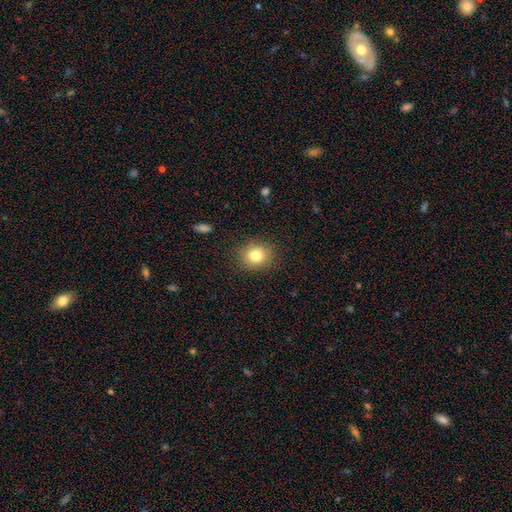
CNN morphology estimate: smooth_or_featured: smooth (p=0.80) [alt: star or artifact p=0.11]
how_rounded: round (p=0.69) [alt: in between p=0.30]
merging: none (p=0.86) [alt: minor disturbance p=0.10]